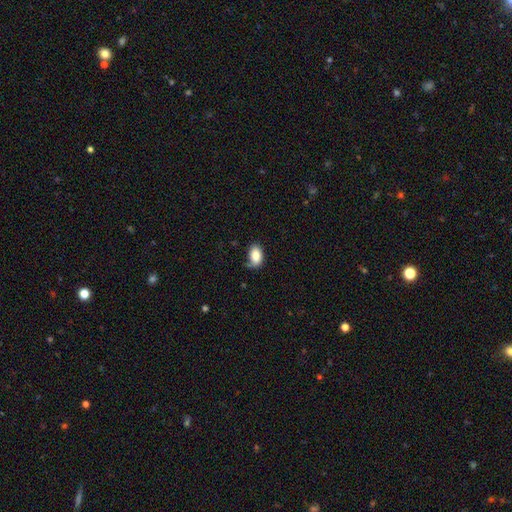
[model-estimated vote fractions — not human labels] Smooth or featured: smooth — 84% (featured or disk — 8%)
How rounded: in between — 88% (round — 10%)
Merging: none — 58% (minor disturbance — 29%)